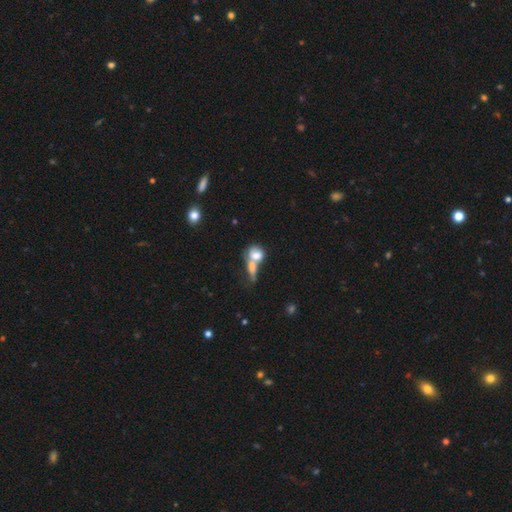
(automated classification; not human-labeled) Smooth or featured? Predicted: smooth (p=0.70). How rounded? Predicted: in between (p=0.54). Merging? Predicted: merger (p=0.66).